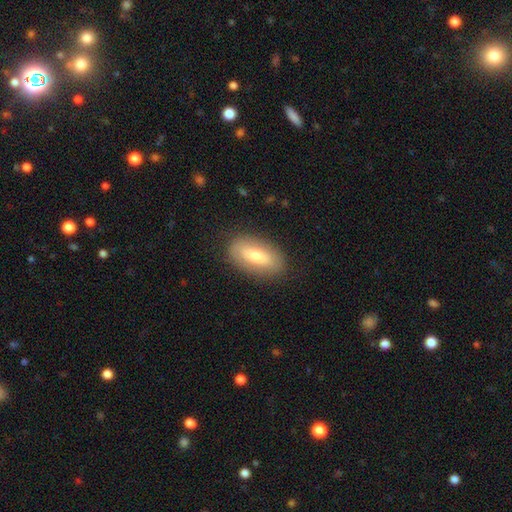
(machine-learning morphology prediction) The model was most divided on "smooth or featured": smooth: 65%, featured or disk: 28%, star or artifact: 7%. More confident: how rounded — in between (88%); merging — none (84%).